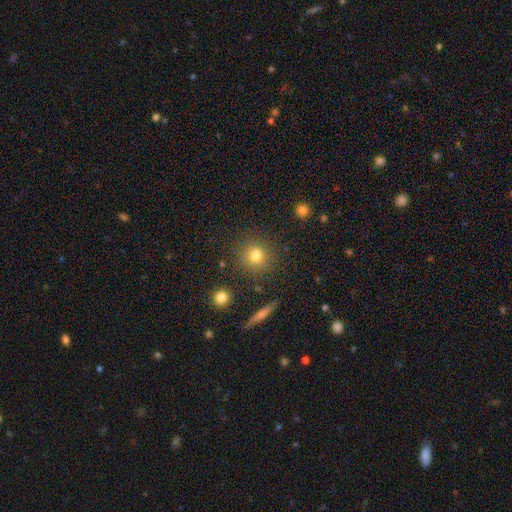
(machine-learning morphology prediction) Overall: smooth (78%). How rounded: round (89%). Merging: none (85%).